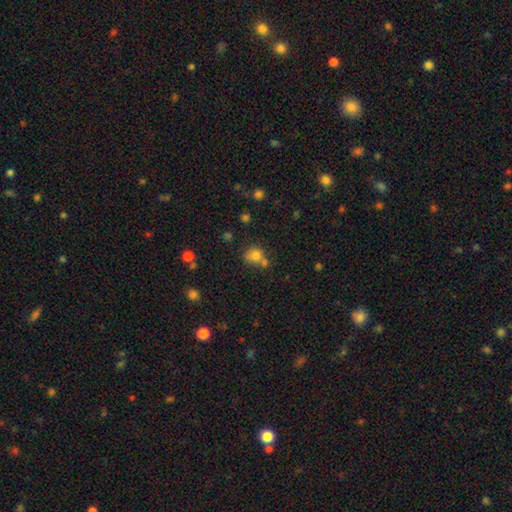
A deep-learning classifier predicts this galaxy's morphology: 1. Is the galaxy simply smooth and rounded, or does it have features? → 76% smooth, 15% star or artifact, 10% featured or disk.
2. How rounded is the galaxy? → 69% round, 29% in between, 1% cigar-shaped.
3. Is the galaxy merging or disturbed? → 48% none, 31% merger, 15% minor disturbance, 6% major disturbance.